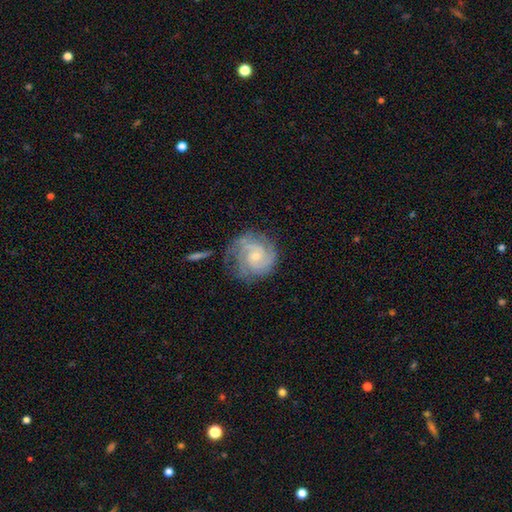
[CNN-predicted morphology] type=featured or disk (85%); edge-on=no (98%); bar=no (68%); spiral arms=yes (97%); winding=tight (66%); arm count=2 (32%); bulge=small (67%); merging=none (69%).